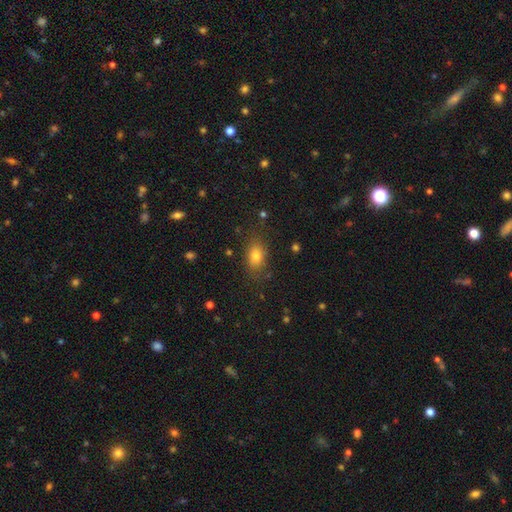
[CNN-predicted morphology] Smooth or featured?
  - smooth: 78% *
  - star or artifact: 13%
  - featured or disk: 9%
How rounded?
  - in between: 79% *
  - round: 17%
  - cigar-shaped: 4%
Merging?
  - none: 79% *
  - minor disturbance: 14%
  - major disturbance: 5%
  - merger: 2%